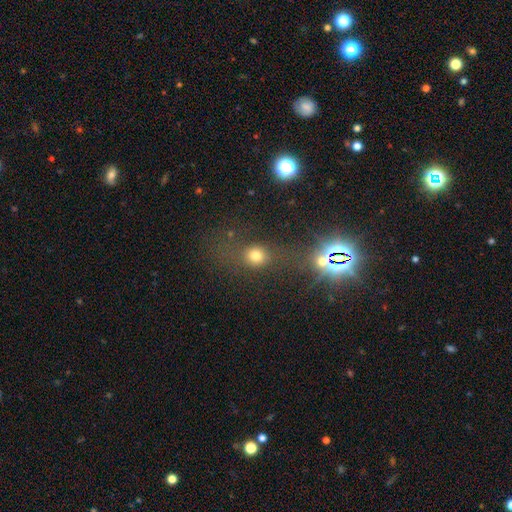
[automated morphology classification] Smooth or featured? smooth (65%)
How rounded? round (76%)
Merging? none (61%)